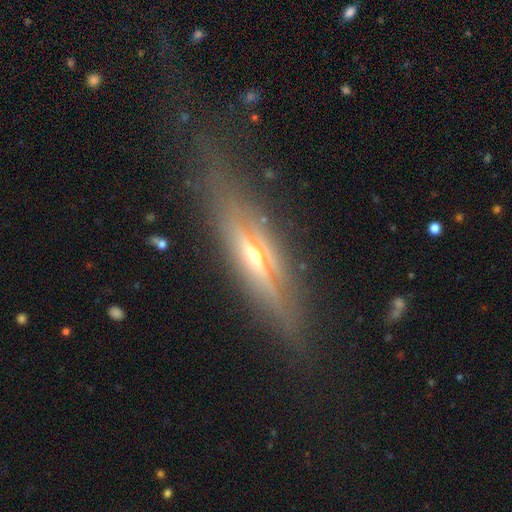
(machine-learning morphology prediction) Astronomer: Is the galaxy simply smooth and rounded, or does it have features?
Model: featured or disk — 77%.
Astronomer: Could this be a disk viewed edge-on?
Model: yes — 93%.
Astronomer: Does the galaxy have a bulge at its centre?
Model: rounded — 88%.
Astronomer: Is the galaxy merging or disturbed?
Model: none — 74%.